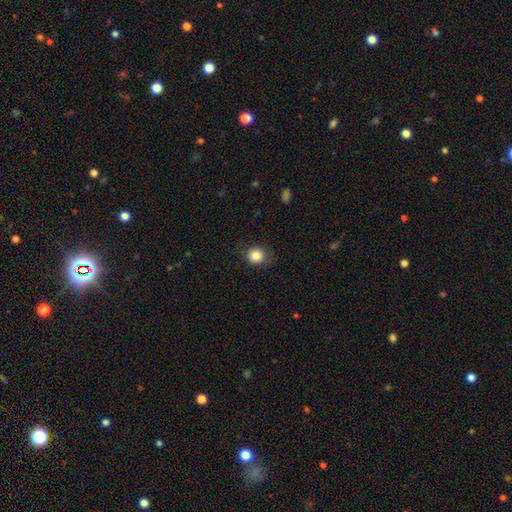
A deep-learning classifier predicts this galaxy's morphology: smooth_or_featured: smooth (p=0.84) [alt: star or artifact p=0.10]
how_rounded: round (p=0.84) [alt: in between p=0.15]
merging: none (p=0.83) [alt: minor disturbance p=0.12]